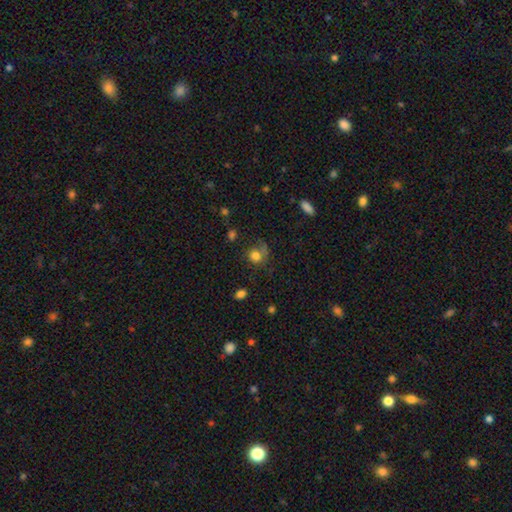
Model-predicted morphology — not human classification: type=smooth (76%); roundness=round (77%); merging=none (50%).